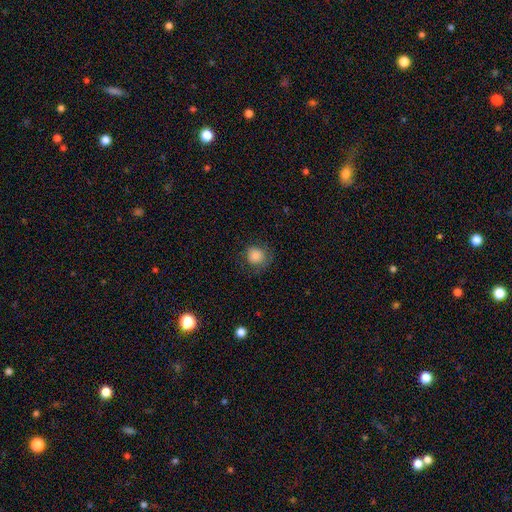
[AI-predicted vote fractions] Smooth or featured? Predicted: smooth (p=0.84). How rounded? Predicted: round (p=0.86). Merging? Predicted: none (p=0.72).